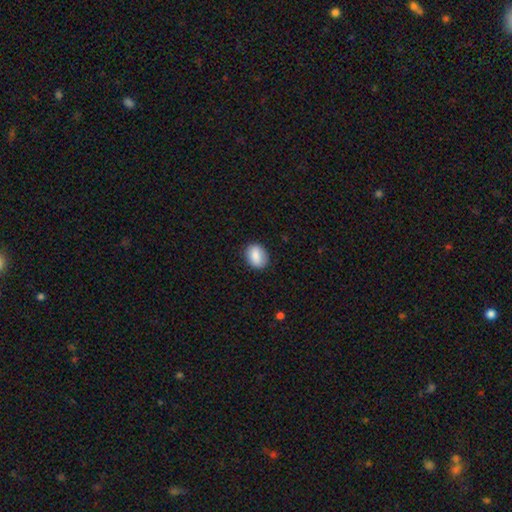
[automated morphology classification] Q: Smooth or featured?
A: smooth (86%); runner-up: featured or disk (7%)
Q: How rounded?
A: in between (64%); runner-up: round (35%)
Q: Merging?
A: none (85%); runner-up: minor disturbance (11%)